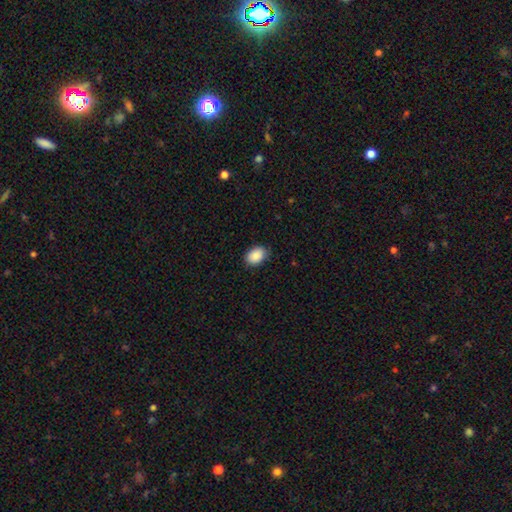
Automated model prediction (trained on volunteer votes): smooth 89%, star or artifact 7%, featured or disk 4%. Down the decision tree: how rounded — in between (80%); merging — none (81%).